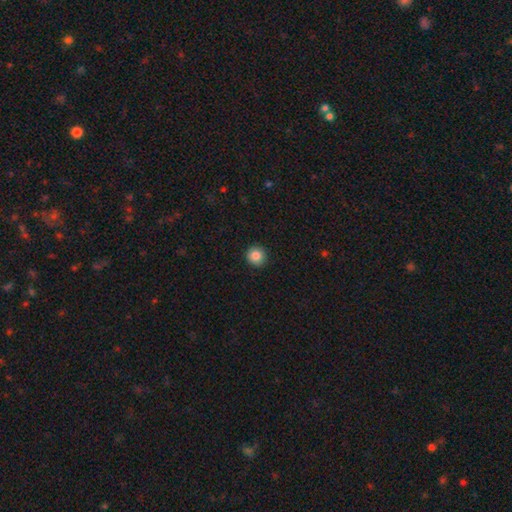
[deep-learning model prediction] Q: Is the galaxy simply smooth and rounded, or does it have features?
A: smooth — 86%.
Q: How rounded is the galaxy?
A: round — 94%.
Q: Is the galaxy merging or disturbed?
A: none — 92%.